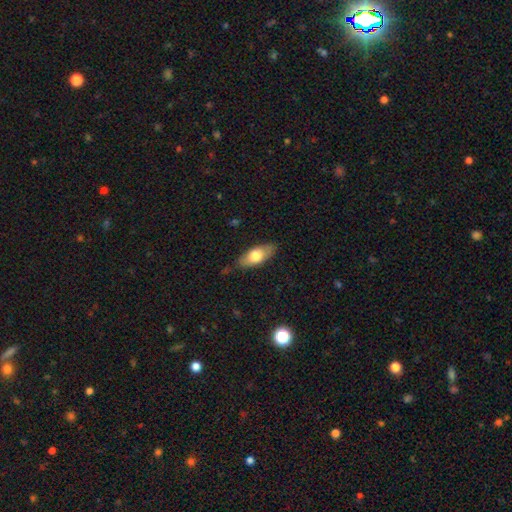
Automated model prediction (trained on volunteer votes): Smooth or featured?
  - smooth: 69% *
  - featured or disk: 25%
  - star or artifact: 6%
How rounded?
  - in between: 81% *
  - cigar-shaped: 16%
  - round: 3%
Merging?
  - none: 81% *
  - minor disturbance: 15%
  - major disturbance: 3%
  - merger: 1%